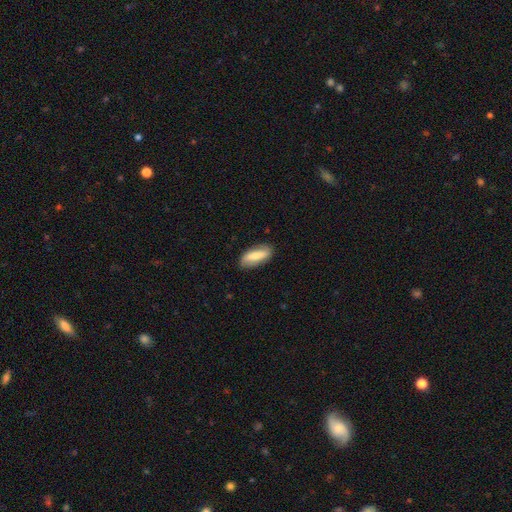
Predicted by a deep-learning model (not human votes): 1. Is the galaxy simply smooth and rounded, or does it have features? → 69% smooth, 25% featured or disk, 6% star or artifact.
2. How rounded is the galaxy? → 75% in between, 23% cigar-shaped, 2% round.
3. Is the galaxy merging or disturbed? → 82% none, 14% minor disturbance, 3% major disturbance, 1% merger.